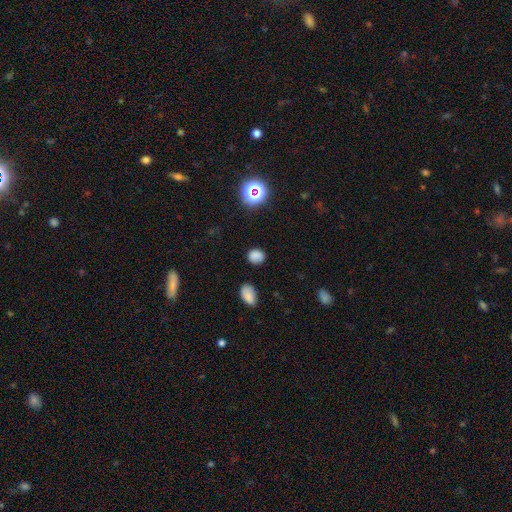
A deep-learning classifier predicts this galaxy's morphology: type=smooth (78%); roundness=round (58%); merging=none (82%).